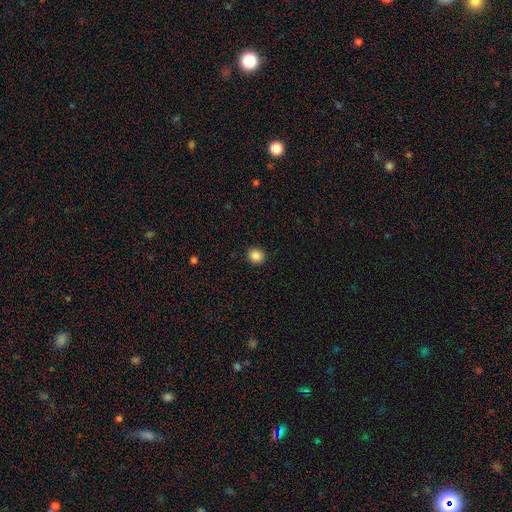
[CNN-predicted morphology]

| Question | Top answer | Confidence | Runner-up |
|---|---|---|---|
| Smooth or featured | smooth | 86% | star or artifact (10%) |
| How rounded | round | 85% | in between (15%) |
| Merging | none | 92% | minor disturbance (5%) |